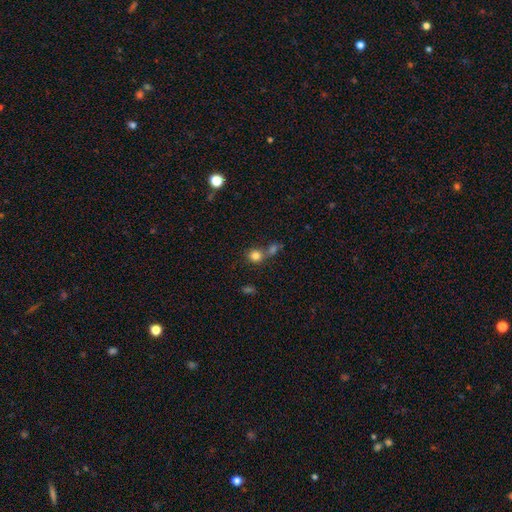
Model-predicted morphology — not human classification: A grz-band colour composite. It shows a smooth galaxy with no disk features (80%) that is round (82%). Merging: none (52%).